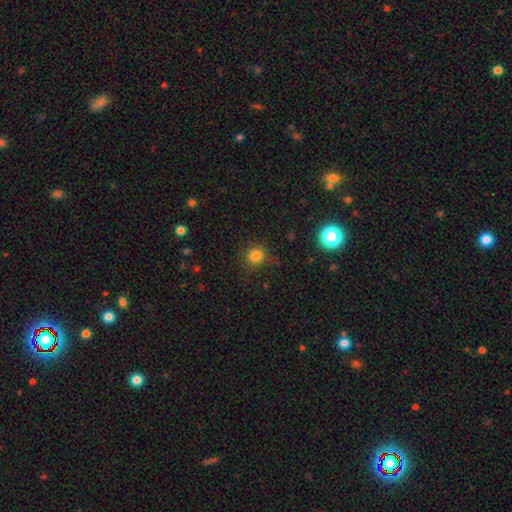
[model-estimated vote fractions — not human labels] smooth 80%, star or artifact 14%, featured or disk 5%. Down the decision tree: how rounded — round (85%); merging — none (78%).